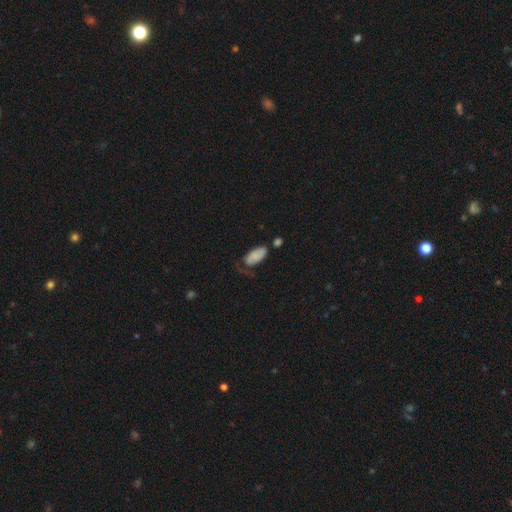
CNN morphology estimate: Overall: smooth (77%). How rounded: in between (92%). Merging: none (31%; minor disturbance 30%).